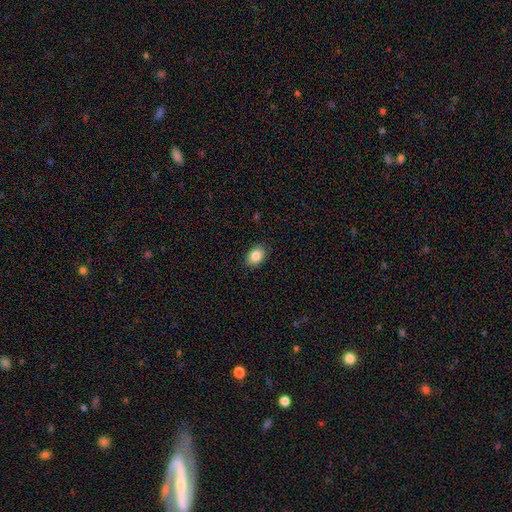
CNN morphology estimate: type=smooth (86%); roundness=in between (75%); merging=none (88%).